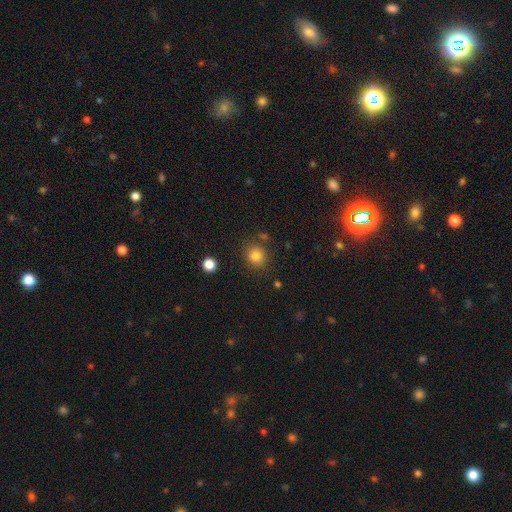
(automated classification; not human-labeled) Morphology: type=smooth (83%); roundness=round (84%); merging=none (81%).